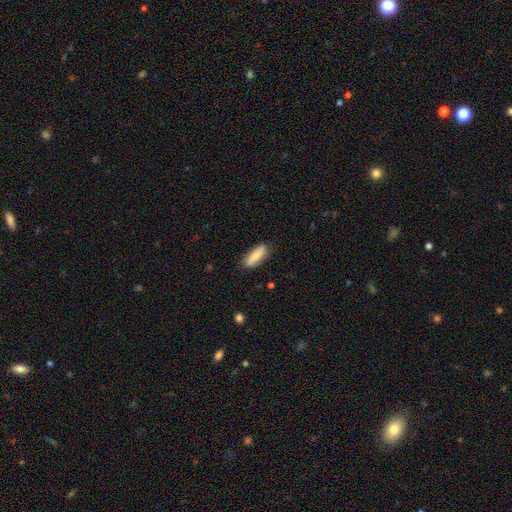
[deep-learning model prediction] Overall: smooth (70%). How rounded: in between (56%; cigar-shaped 42%). Merging: none (83%).